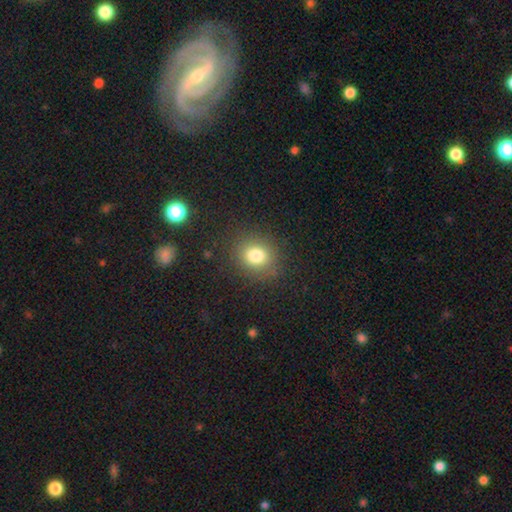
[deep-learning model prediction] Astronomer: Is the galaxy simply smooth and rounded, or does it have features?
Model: smooth — 79%.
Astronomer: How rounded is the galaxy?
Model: round — 73%.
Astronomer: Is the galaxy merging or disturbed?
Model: none — 86%.